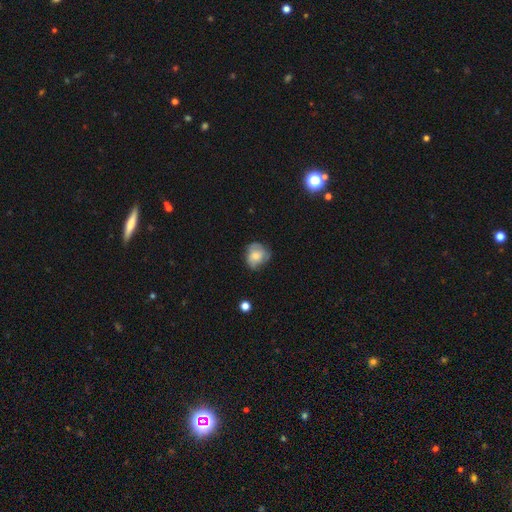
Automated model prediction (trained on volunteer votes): This appears to be a smooth galaxy with no disk features (63%) that is round (71%). Merging: none (57%).